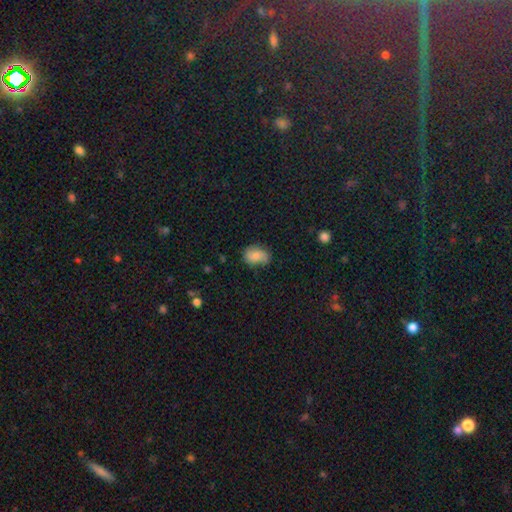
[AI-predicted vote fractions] This is likely a smooth galaxy (72%). How rounded: likely in between (75%). Merging: likely none (64%).